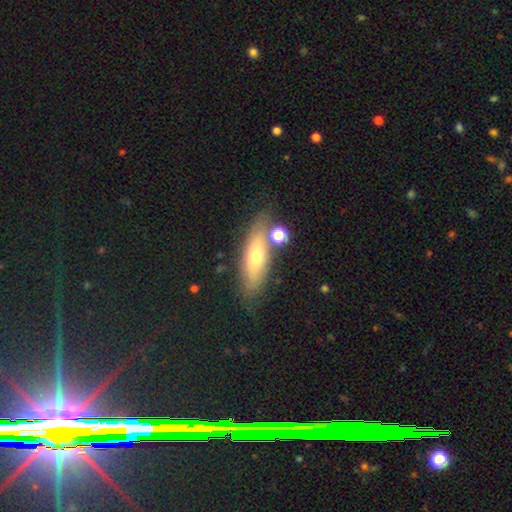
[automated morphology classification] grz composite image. It shows a smooth galaxy with no disk features (55%) that is in between round and cigar-shaped (51%). Merging: none (71%).